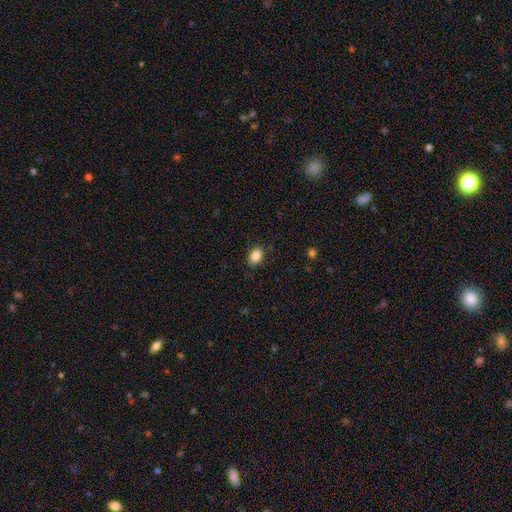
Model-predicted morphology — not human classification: type=smooth (87%); roundness=in between (85%); merging=none (86%).